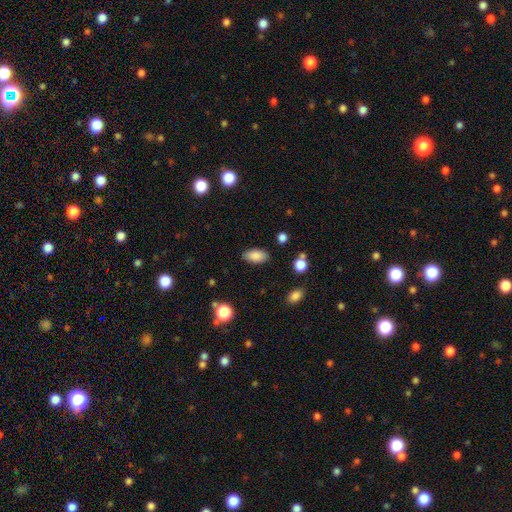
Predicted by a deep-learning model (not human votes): This appears to be a smooth galaxy with no disk features (86%) that is in between round and cigar-shaped (92%). Merging: none (86%).